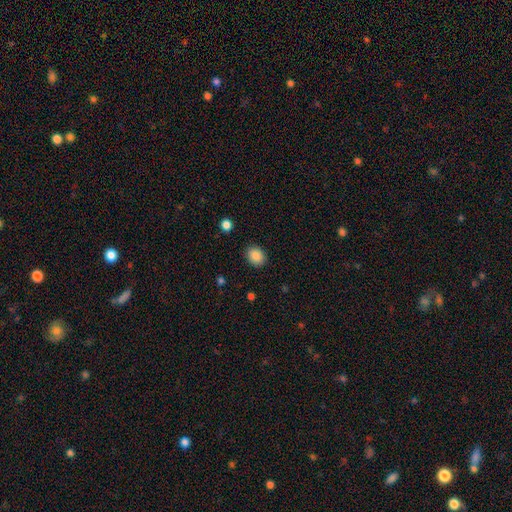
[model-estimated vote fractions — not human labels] Smooth or featured: smooth — 88% (star or artifact — 9%)
How rounded: round — 50% (in between — 49%)
Merging: none — 88% (minor disturbance — 8%)